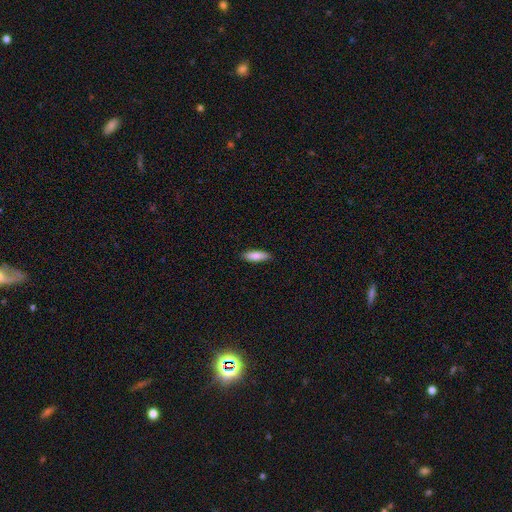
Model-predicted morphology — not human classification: smooth-or-featured: smooth: 80% | featured or disk: 14% | star or artifact: 6%
  how-rounded: in between: 51% | cigar-shaped: 47% | round: 2%
  merging: none: 88% | minor disturbance: 10% | major disturbance: 2% | merger: 1%